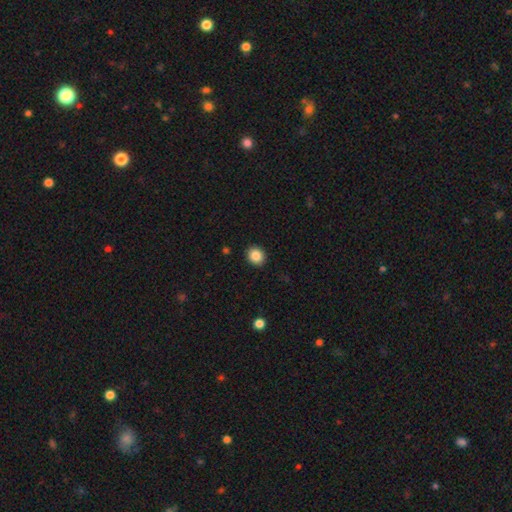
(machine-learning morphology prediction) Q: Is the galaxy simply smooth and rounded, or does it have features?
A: smooth — 86%.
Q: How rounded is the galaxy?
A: round — 78%.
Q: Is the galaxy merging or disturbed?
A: none — 91%.